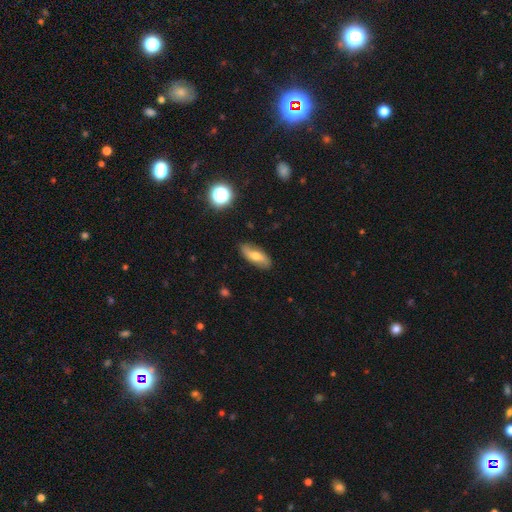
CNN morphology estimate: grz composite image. It shows a smooth galaxy with no disk features (48%). Merging: none (83%).